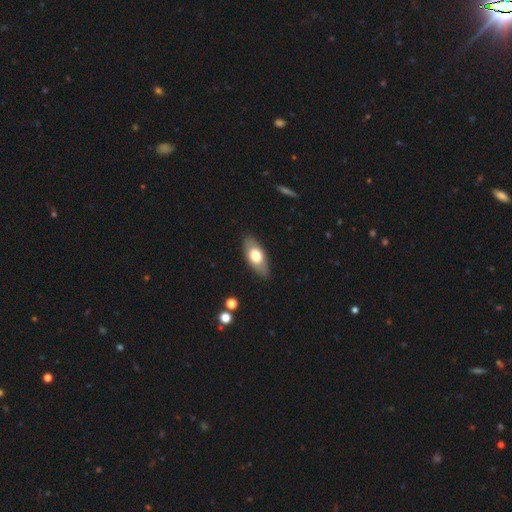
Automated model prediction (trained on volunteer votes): Overall: smooth (63%; featured or disk 31%). How rounded: in between (85%). Merging: none (84%).